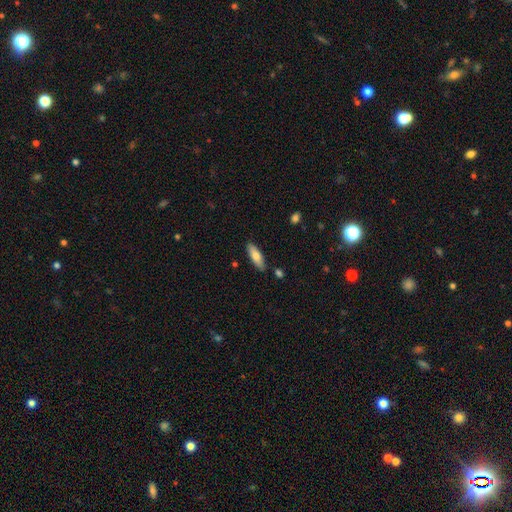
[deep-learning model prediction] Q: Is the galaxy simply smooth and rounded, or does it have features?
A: smooth — 74%.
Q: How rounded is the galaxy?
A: in between — 53%.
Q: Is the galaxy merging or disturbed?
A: none — 85%.